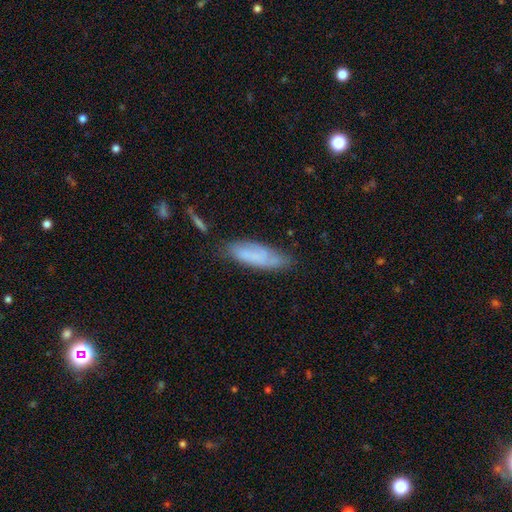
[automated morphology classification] smooth 62%, featured or disk 30%, star or artifact 8%. Down the decision tree: how rounded — cigar-shaped (50%); merging — none (61%).